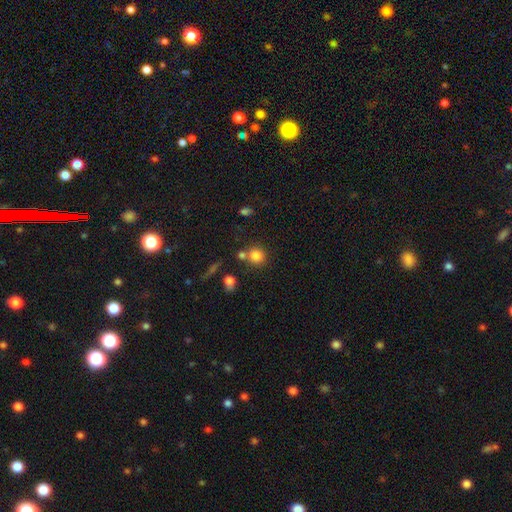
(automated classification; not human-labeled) Morphology: type=smooth (82%); roundness=round (85%); merging=none (65%).